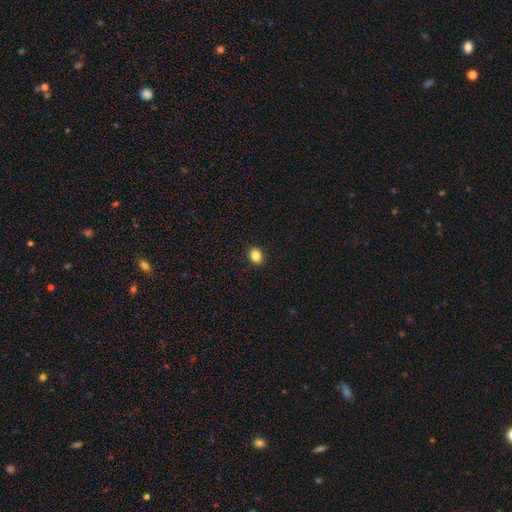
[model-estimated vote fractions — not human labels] smooth-or-featured: smooth: 85% | star or artifact: 11% | featured or disk: 4%
  how-rounded: round: 71% | in between: 28% | cigar-shaped: 1%
  merging: none: 92% | minor disturbance: 5% | major disturbance: 1% | merger: 1%